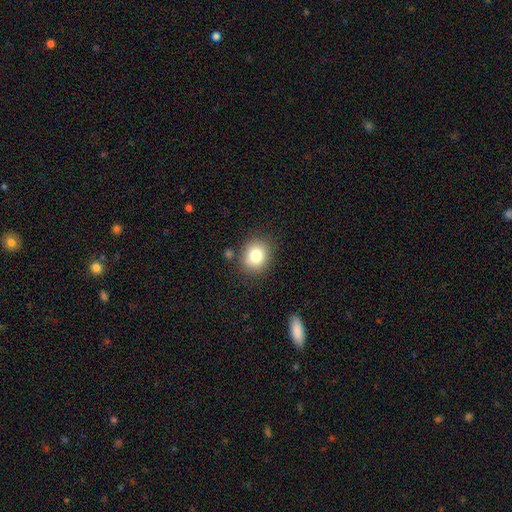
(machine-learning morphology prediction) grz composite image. It shows a smooth galaxy with no disk features (80%) that is round (69%). Merging: none (83%).